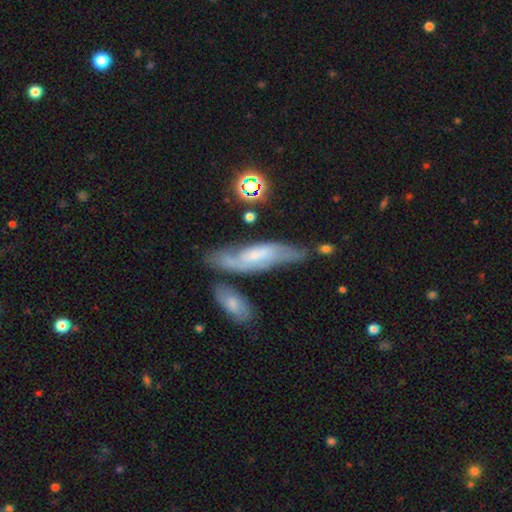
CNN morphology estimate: type=featured or disk (57%); edge-on=no (69%); merging=none (51%).